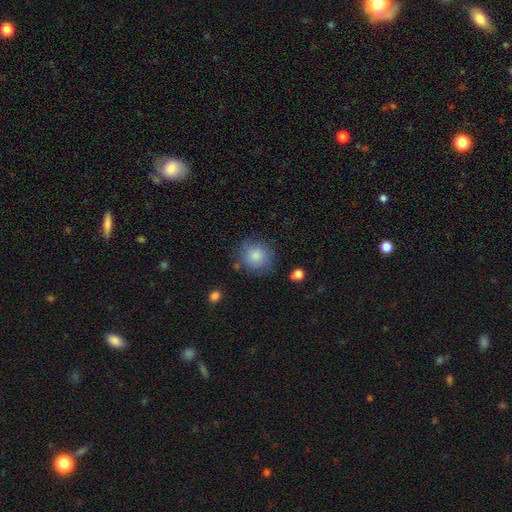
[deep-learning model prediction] This is clearly a smooth galaxy (83%). How rounded: clearly round (89%). Merging: likely none (77%).